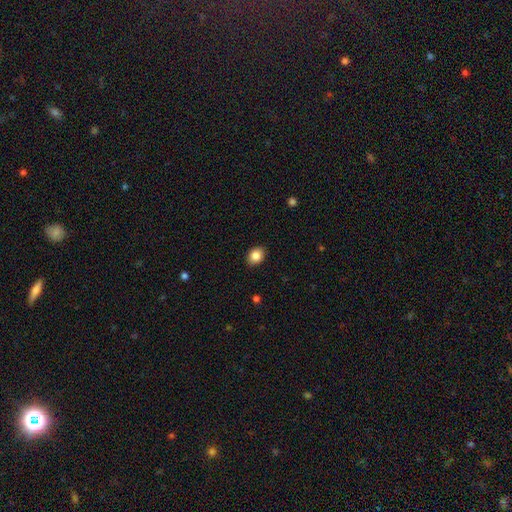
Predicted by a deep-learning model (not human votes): This is clearly a smooth galaxy (85%). How rounded: possibly in between (57%). Merging: clearly none (89%).